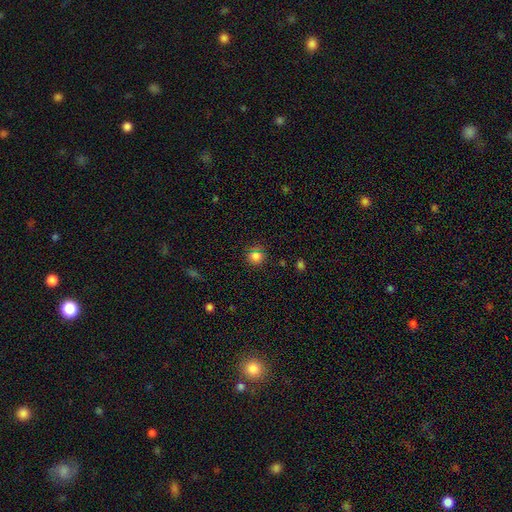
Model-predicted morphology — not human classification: A smooth galaxy with no disk features (78%) that is round (92%). Merging: none (86%).